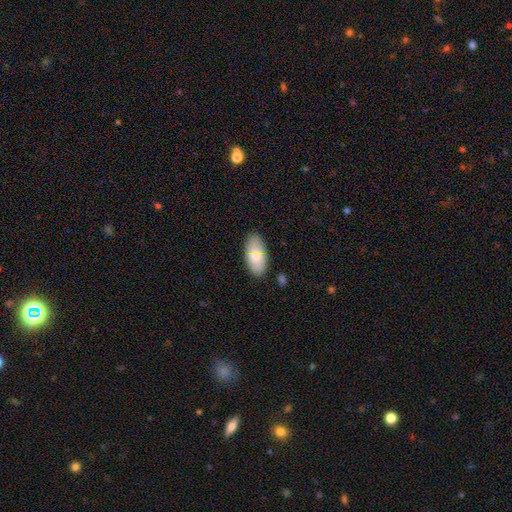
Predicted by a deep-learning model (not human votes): The model was most divided on "smooth or featured": smooth: 76%, featured or disk: 17%, star or artifact: 8%. More confident: how rounded — in between (92%); merging — none (84%).